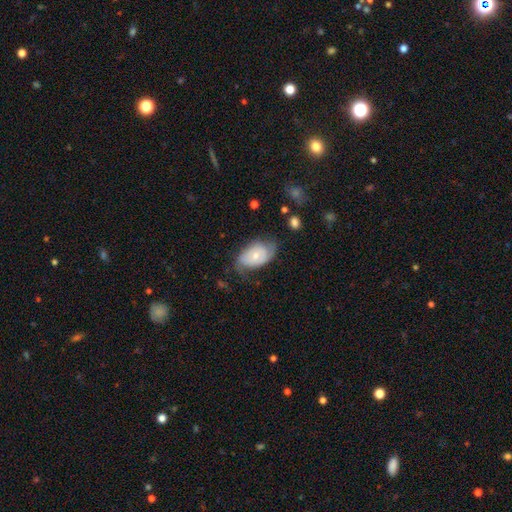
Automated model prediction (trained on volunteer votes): This is possibly a smooth galaxy (47%). Merging: possibly none (50%).